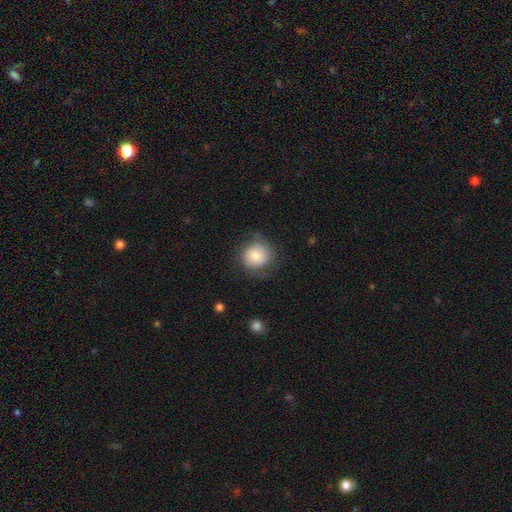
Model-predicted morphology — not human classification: This appears to be a smooth galaxy with no disk features (68%) that is round (88%). Merging: none (67%).